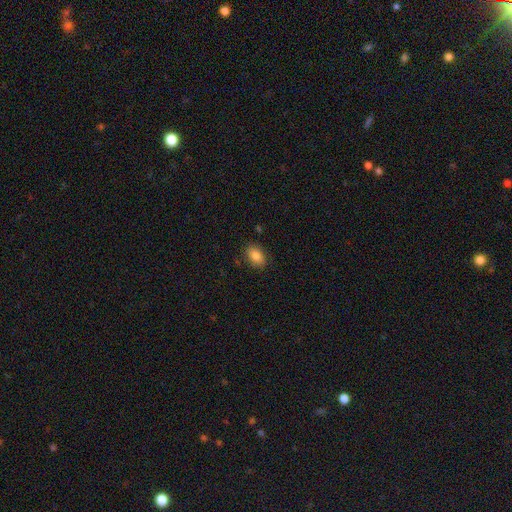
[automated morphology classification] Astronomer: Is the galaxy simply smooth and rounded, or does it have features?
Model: smooth — 84%.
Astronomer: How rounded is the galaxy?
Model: in between — 83%.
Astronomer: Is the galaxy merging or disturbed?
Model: none — 86%.